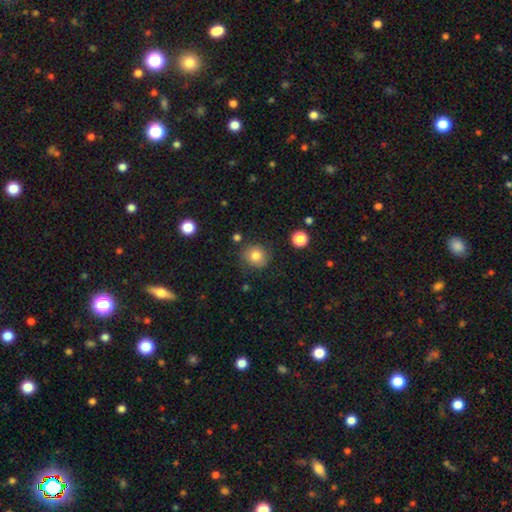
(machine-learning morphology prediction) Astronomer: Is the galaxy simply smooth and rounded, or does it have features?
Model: smooth — 81%.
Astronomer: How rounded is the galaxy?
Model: round — 83%.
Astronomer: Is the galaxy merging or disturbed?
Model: none — 82%.